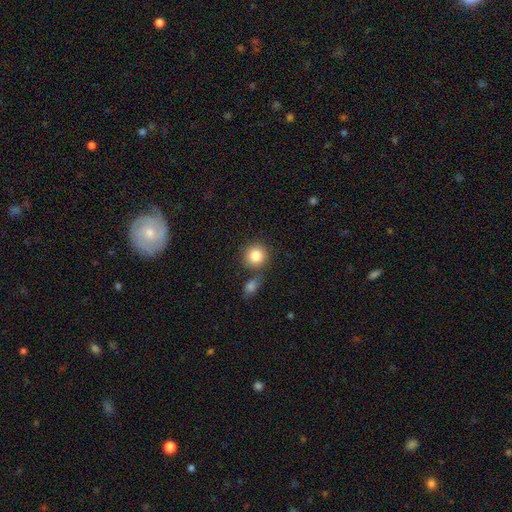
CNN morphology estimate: Smooth or featured: smooth — 84% (star or artifact — 9%)
How rounded: round — 90% (in between — 9%)
Merging: none — 70% (merger — 16%)